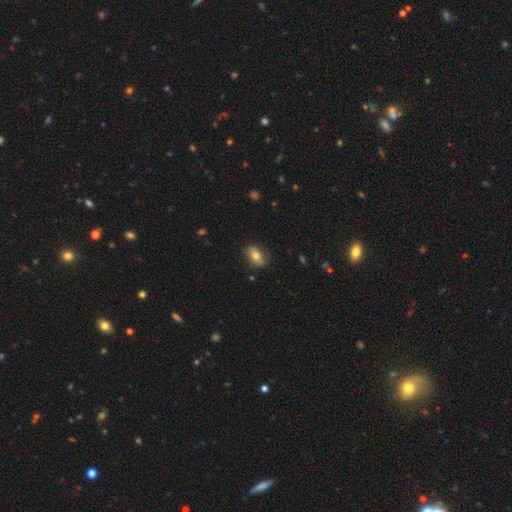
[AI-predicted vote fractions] smooth_or_featured: smooth (p=0.68) [alt: featured or disk p=0.24]
how_rounded: in between (p=0.84) [alt: round p=0.08]
merging: none (p=0.82) [alt: minor disturbance p=0.14]